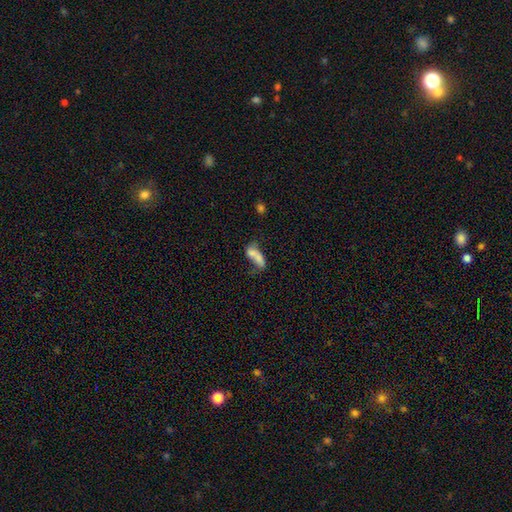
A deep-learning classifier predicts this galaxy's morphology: Overall: smooth (67%). How rounded: in between (72%). Merging: merger (39%; none 25%).